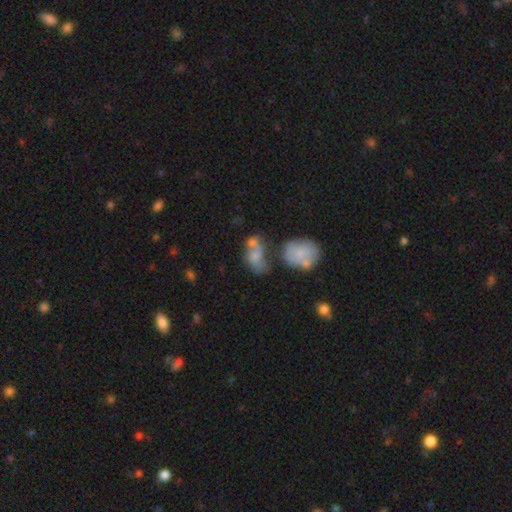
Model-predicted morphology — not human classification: type=smooth (46%); merging=merger (46%).